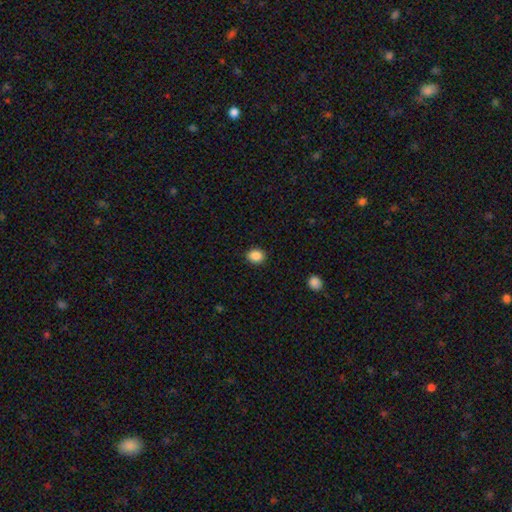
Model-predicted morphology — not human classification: Smooth or featured? Predicted: smooth (p=0.88). How rounded? Predicted: round (p=0.64). Merging? Predicted: none (p=0.89).